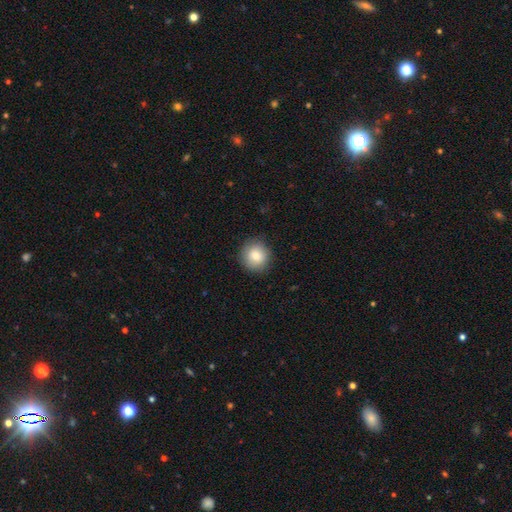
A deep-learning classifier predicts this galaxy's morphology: Smooth or featured: smooth — 79% (featured or disk — 12%)
How rounded: round — 91% (in between — 8%)
Merging: none — 87% (minor disturbance — 10%)